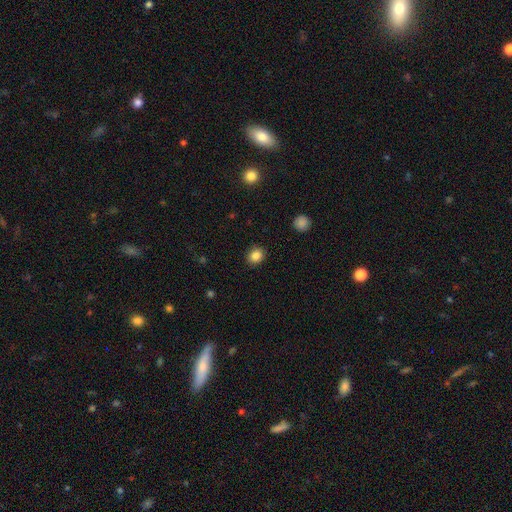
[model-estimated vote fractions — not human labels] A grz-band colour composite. It shows a smooth galaxy with no disk features (85%) that is round (62%). Merging: none (89%).